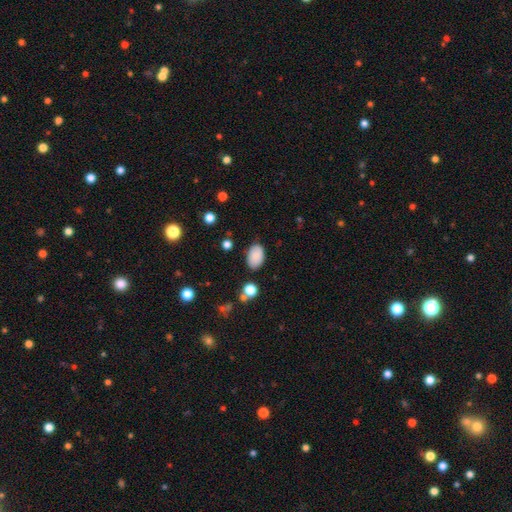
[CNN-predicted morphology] This appears to be a smooth galaxy with no disk features (87%) that is in between round and cigar-shaped (91%). Merging: none (81%).